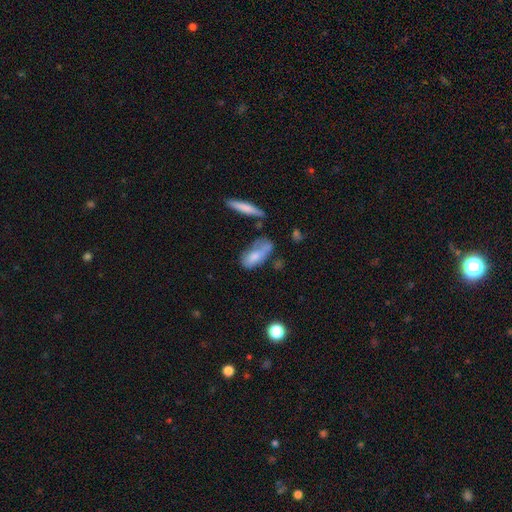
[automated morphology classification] The model was most divided on "merging": none: 31%, minor disturbance: 30%, major disturbance: 26%, merger: 13%. More confident: how rounded — in between (79%); smooth or featured — smooth (69%).